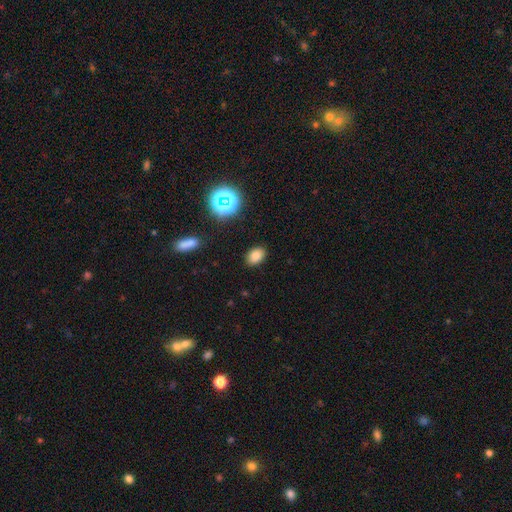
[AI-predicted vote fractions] This appears to be a smooth galaxy with no disk features (79%) that is in between round and cigar-shaped (80%). Merging: none (88%).